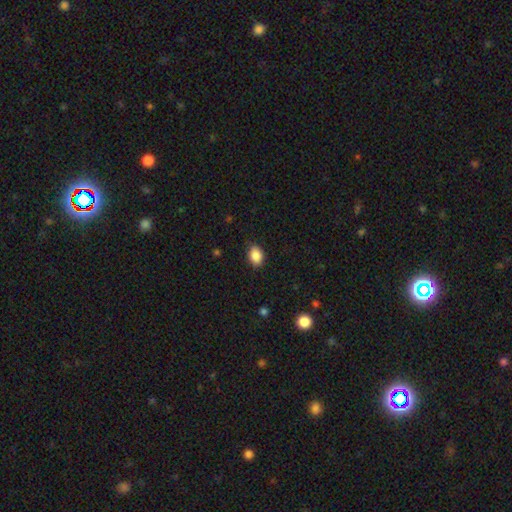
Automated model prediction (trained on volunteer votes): A smooth galaxy with no disk features (88%) that is in between round and cigar-shaped (80%).

Vote fractions:
- Smooth or featured? smooth: 88% / star or artifact: 8% / featured or disk: 4%
- How rounded? in between: 80% / round: 18% / cigar-shaped: 1%
- Merging? none: 82% / minor disturbance: 14% / major disturbance: 3% / merger: 1%